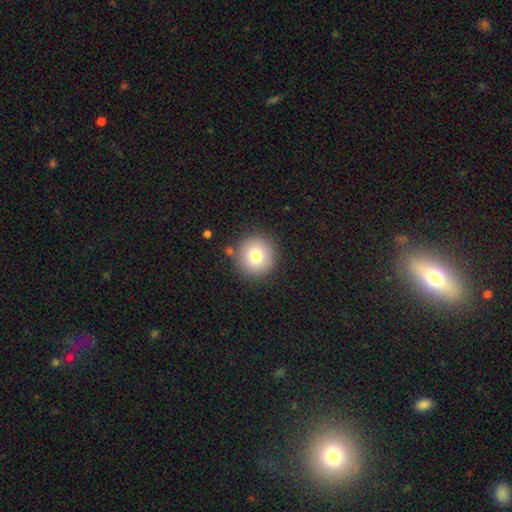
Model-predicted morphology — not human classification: This is likely a smooth galaxy (78%). How rounded: clearly round (95%). Merging: clearly none (86%).